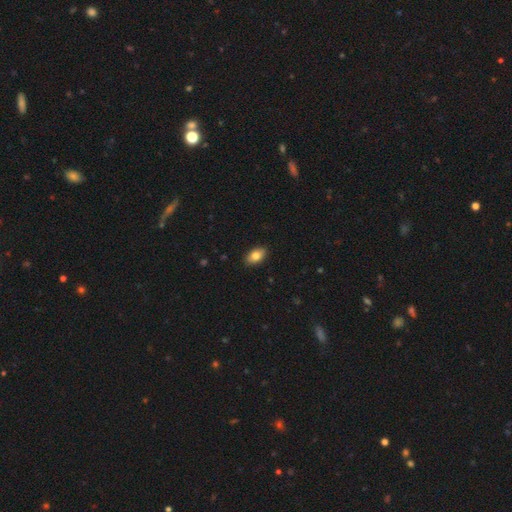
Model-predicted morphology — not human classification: smooth 83%, featured or disk 9%, star or artifact 8%. Down the decision tree: how rounded — in between (91%); merging — none (89%).